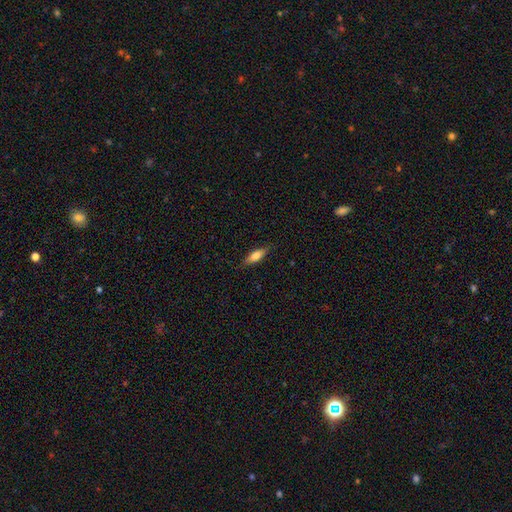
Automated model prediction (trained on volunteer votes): smooth_or_featured: smooth (p=0.70) [alt: featured or disk p=0.24]
how_rounded: in between (p=0.54) [alt: cigar-shaped p=0.44]
merging: none (p=0.84) [alt: minor disturbance p=0.13]